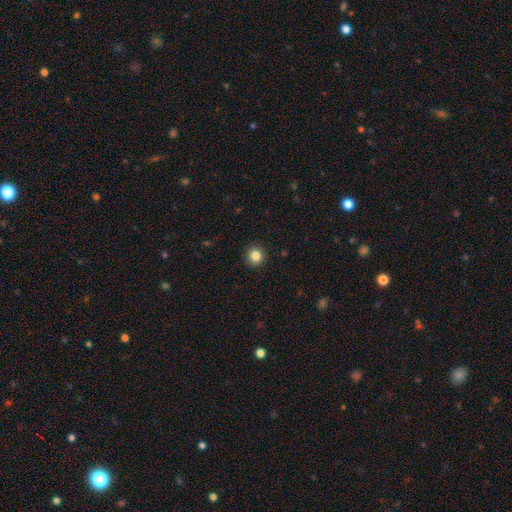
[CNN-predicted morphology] This is clearly a smooth galaxy (84%). How rounded: clearly round (93%). Merging: clearly none (92%).